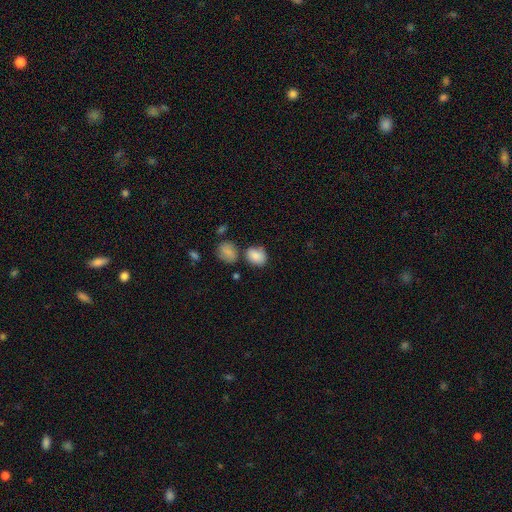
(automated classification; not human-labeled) This is clearly a smooth galaxy (86%). How rounded: possibly in between (55%). Merging: likely none (64%).